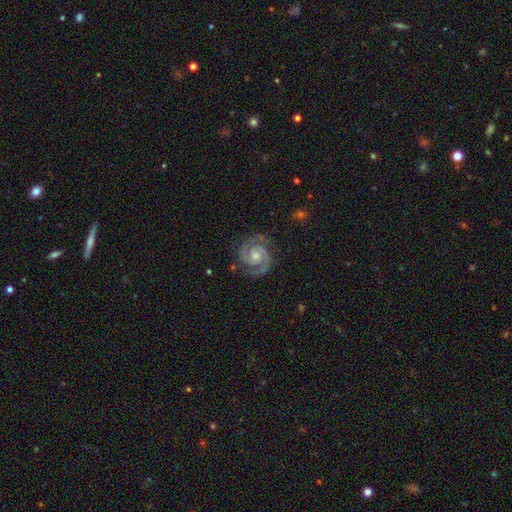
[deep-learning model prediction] smooth-or-featured: featured or disk: 92% | star or artifact: 5% | smooth: 3%
  disk-edge-on: no: 98% | yes: 2%
    bar: no: 65% | weak: 27% | strong: 8%
    has-spiral-arms: yes: 99% | no: 1%
      spiral-winding: tight: 61% | medium: 36% | loose: 4%
      spiral-arm-count: 2: 92% | 3: 3% | can't tell: 2% | 1: 1% | 4: 1% | more than 4: 1%
    bulge-size: moderate: 52% | small: 41% | none: 3% | large: 2% | dominant: 1%
  merging: none: 84% | minor disturbance: 12% | major disturbance: 3% | merger: 1%